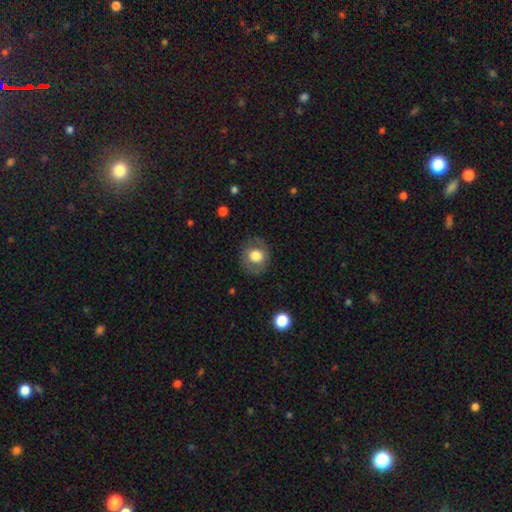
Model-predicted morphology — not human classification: A smooth galaxy with no disk features (65%) that is round (77%). Merging: none (80%).